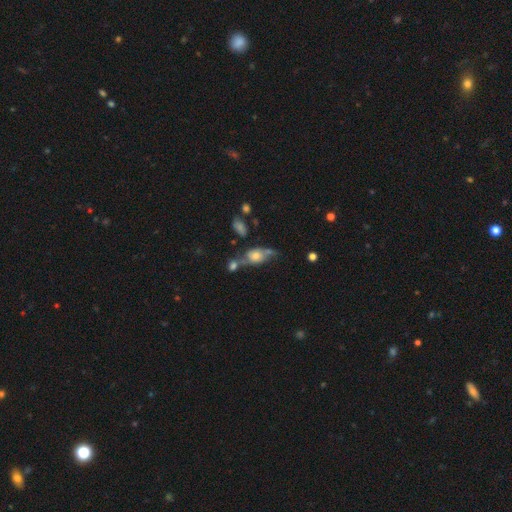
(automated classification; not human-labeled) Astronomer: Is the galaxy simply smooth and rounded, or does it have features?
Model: smooth — 50% (runner-up: featured or disk, 38%).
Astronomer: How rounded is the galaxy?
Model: in between — 70%.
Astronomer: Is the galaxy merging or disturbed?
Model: none — 34% (runner-up: merger, 29%).